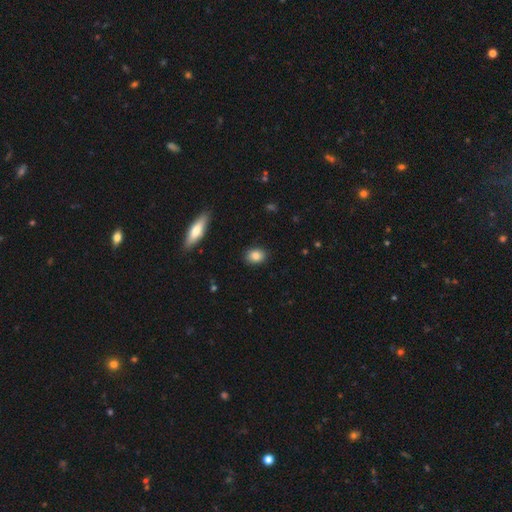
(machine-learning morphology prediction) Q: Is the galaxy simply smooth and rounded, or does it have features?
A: smooth — 84%.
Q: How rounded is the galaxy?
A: in between — 66%.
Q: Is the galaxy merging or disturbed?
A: none — 88%.